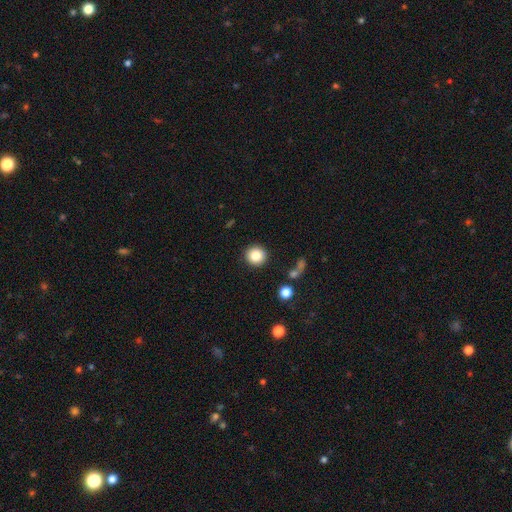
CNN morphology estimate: Smooth or featured? Predicted: smooth (p=0.85). How rounded? Predicted: round (p=0.94). Merging? Predicted: none (p=0.89).